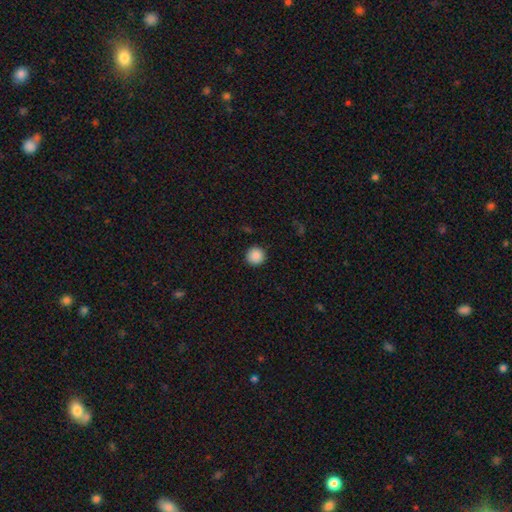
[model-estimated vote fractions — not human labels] Smooth or featured: smooth — 88% (star or artifact — 9%)
How rounded: round — 95% (in between — 4%)
Merging: none — 92% (minor disturbance — 6%)